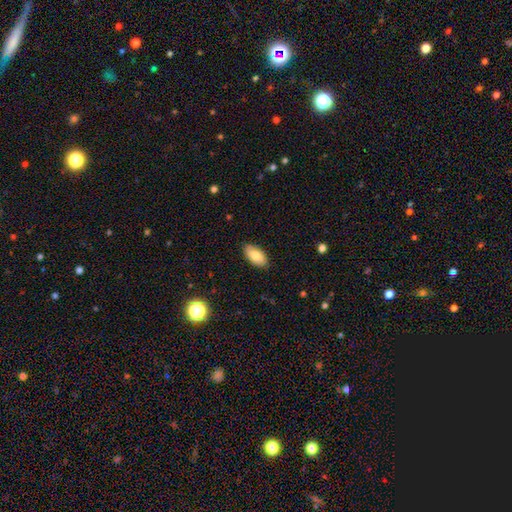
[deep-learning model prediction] smooth-or-featured: smooth: 82% | featured or disk: 11% | star or artifact: 7%
  how-rounded: in between: 94% | round: 3% | cigar-shaped: 3%
  merging: none: 86% | minor disturbance: 11% | major disturbance: 2% | merger: 1%